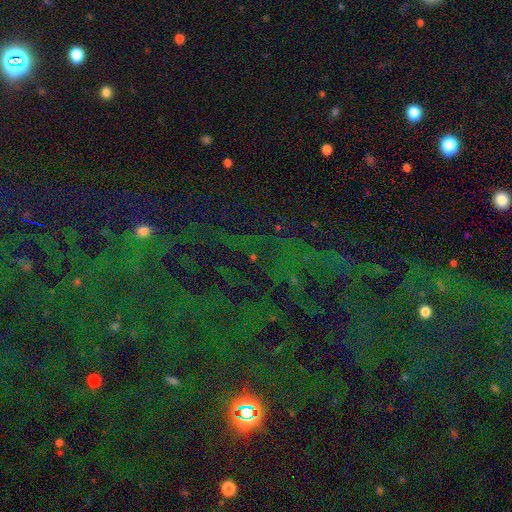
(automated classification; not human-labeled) A star or artifact, not a galaxy (80%).

Vote fractions:
- Smooth or featured? star or artifact: 80% / smooth: 12% / featured or disk: 8%